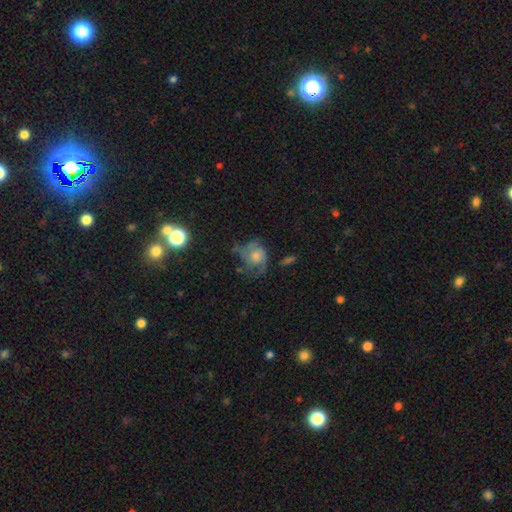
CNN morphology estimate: Smooth or featured? featured or disk (56%)
Edge-on disk? no (97%)
Bar? no (80%)
Spiral arms? yes (73%)
Bulge size? moderate (49%)
Merging? none (43%)